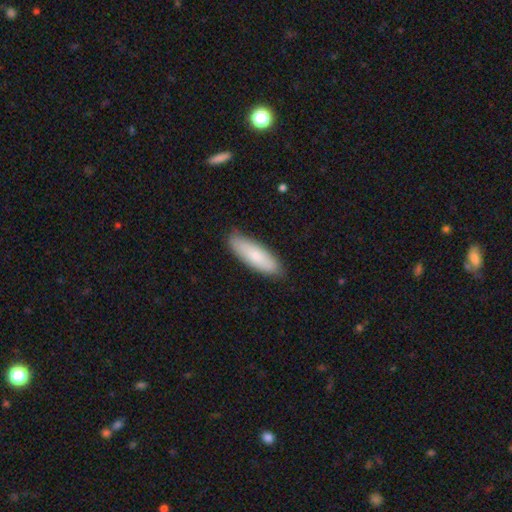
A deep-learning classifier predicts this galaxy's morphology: Smooth or featured?
  - smooth: 78% *
  - featured or disk: 16%
  - star or artifact: 5%
How rounded?
  - in between: 50% *
  - cigar-shaped: 48%
  - round: 2%
Merging?
  - none: 85% *
  - minor disturbance: 12%
  - major disturbance: 2%
  - merger: 1%